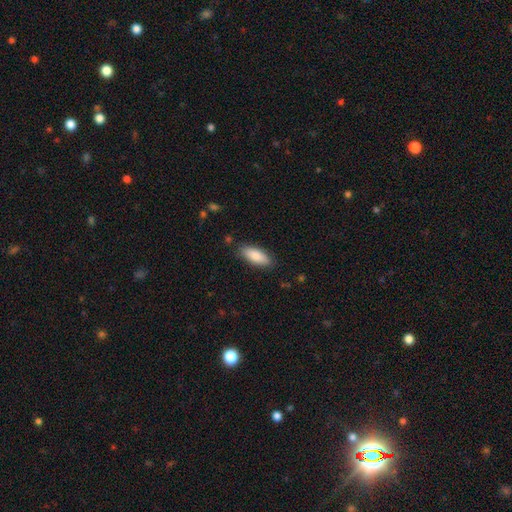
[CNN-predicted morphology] A smooth galaxy with no disk features (85%) that is in between round and cigar-shaped (75%). Merging: none (83%).